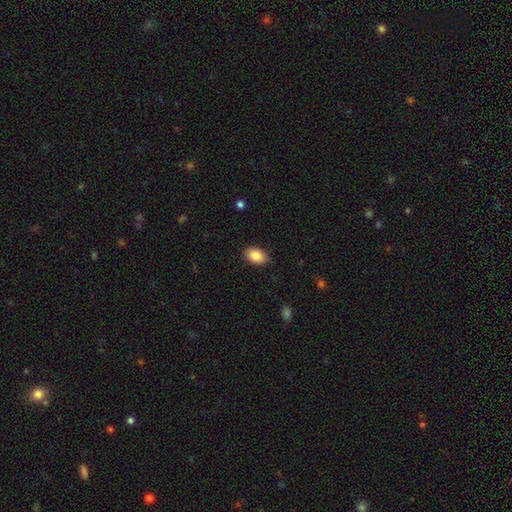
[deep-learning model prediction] A smooth galaxy with no disk features (87%) that is in between round and cigar-shaped (88%). Merging: none (86%).